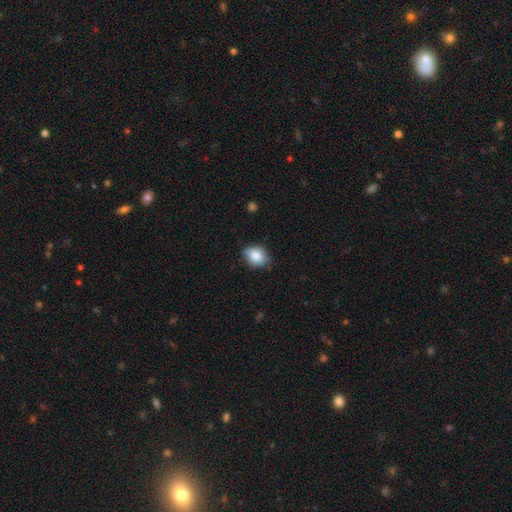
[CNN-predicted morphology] smooth-or-featured: smooth: 82% | featured or disk: 10% | star or artifact: 8%
  how-rounded: in between: 59% | round: 39% | cigar-shaped: 1%
  merging: none: 66% | minor disturbance: 27% | major disturbance: 5% | merger: 2%